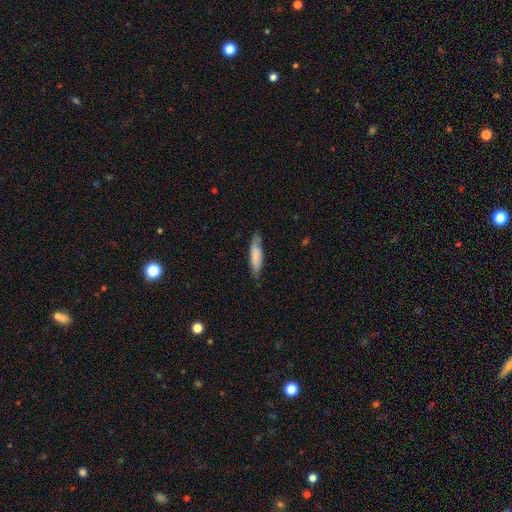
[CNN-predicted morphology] A smooth galaxy with no disk features (75%) that is cigar-shaped (68%). Merging: none (73%).